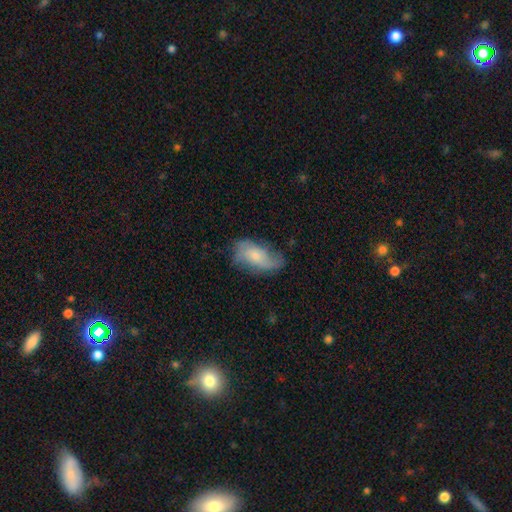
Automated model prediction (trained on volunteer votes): Smooth or featured: featured or disk — 50% (smooth — 43%)
Edge-on disk: no — 93% (yes — 7%)
Merging: none — 57% (minor disturbance — 28%)